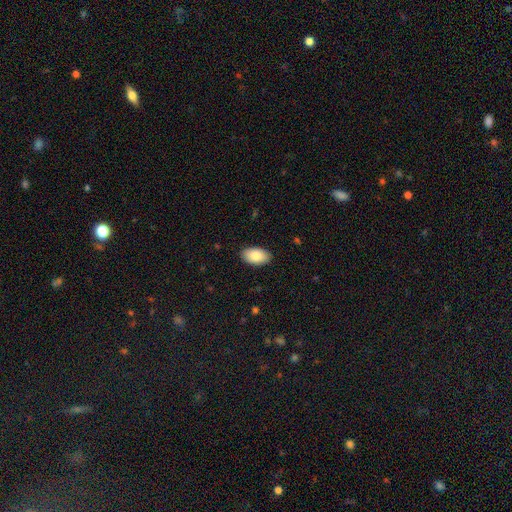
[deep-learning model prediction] Smooth or featured? Predicted: smooth (p=0.84). How rounded? Predicted: in between (p=0.95). Merging? Predicted: none (p=0.88).